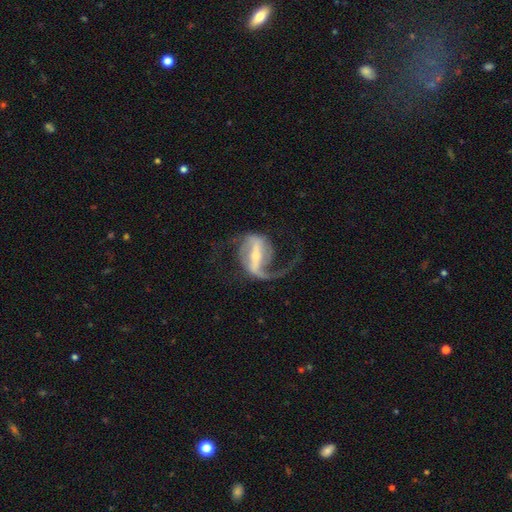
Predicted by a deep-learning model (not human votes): Smooth or featured? Predicted: featured or disk (p=0.89). Edge-on disk? Predicted: no (p=0.96). Bar? Predicted: strong (p=0.69). Spiral arms? Predicted: yes (p=0.95). Spiral winding? Predicted: loose (p=0.56). Spiral arm count? Predicted: 2 (p=0.73). Bulge size? Predicted: small (p=0.51). Merging? Predicted: none (p=0.57).